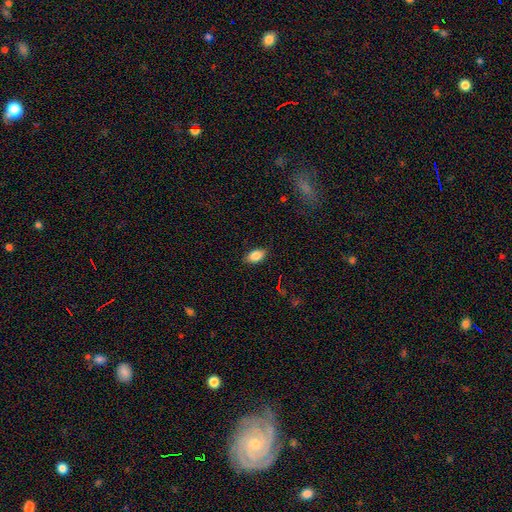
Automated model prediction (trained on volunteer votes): A smooth galaxy with no disk features (85%) that is in between round and cigar-shaped (89%).

Vote fractions:
- Smooth or featured? smooth: 85% / star or artifact: 8% / featured or disk: 7%
- How rounded? in between: 89% / round: 8% / cigar-shaped: 3%
- Merging? none: 83% / minor disturbance: 13% / major disturbance: 3% / merger: 1%